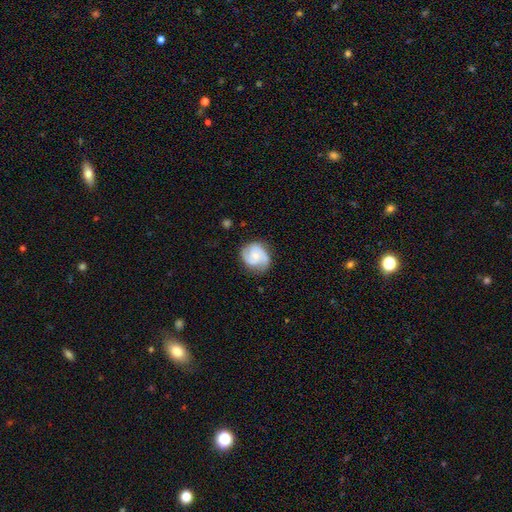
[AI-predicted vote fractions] A featured or disk galaxy (69%) with no bar (71%), 2 (52%) tight (45%) spiral arms (93%) and a small central bulge (59%).

Vote fractions:
- Smooth or featured? featured or disk: 69% / smooth: 24% / star or artifact: 6%
- Edge-on disk? no: 98% / yes: 2%
- Bar? no: 71% / weak: 25% / strong: 4%
- Spiral arms? yes: 93% / no: 7%
- Spiral winding? tight: 45% / medium: 42% / loose: 13%
- Spiral arm count? 2: 52% / 3: 25% / can't tell: 13% / 1: 4% / 4: 3% / more than 4: 2%
- Bulge size? small: 59% / moderate: 34% / none: 4% / large: 2% / dominant: 1%
- Merging? none: 69% / minor disturbance: 23% / major disturbance: 7% / merger: 2%